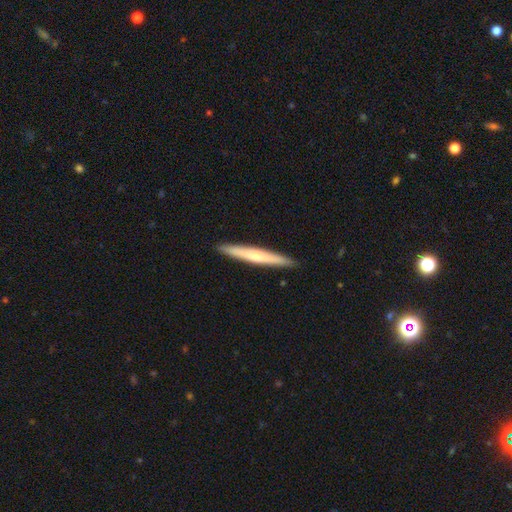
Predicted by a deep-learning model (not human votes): Overall: smooth (53%; featured or disk 42%). How rounded: cigar-shaped (96%). Merging: none (92%).